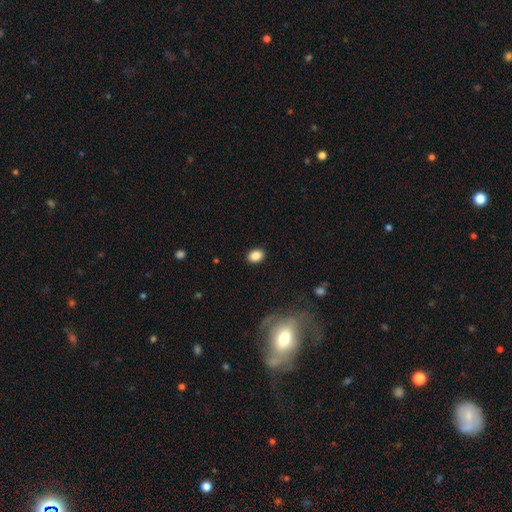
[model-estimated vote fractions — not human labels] Overall: smooth (87%). How rounded: in between (65%; round 33%). Merging: none (89%).